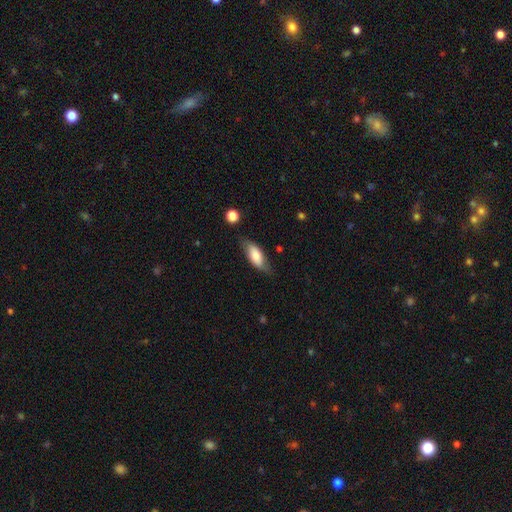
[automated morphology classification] Smooth or featured?
  - smooth: 69% *
  - featured or disk: 24%
  - star or artifact: 7%
How rounded?
  - in between: 78% *
  - cigar-shaped: 19%
  - round: 3%
Merging?
  - none: 69% *
  - minor disturbance: 23%
  - major disturbance: 6%
  - merger: 2%